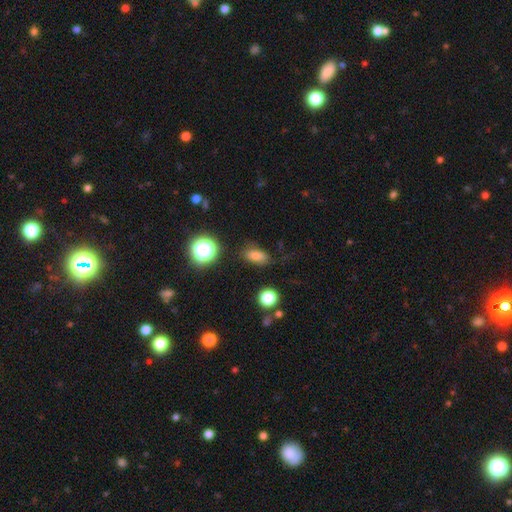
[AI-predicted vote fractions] smooth_or_featured: smooth (p=0.77) [alt: star or artifact p=0.15]
how_rounded: in between (p=0.79) [alt: round p=0.12]
merging: none (p=0.73) [alt: minor disturbance p=0.18]